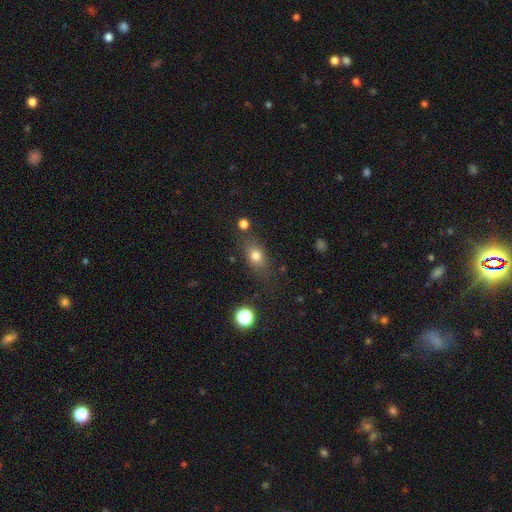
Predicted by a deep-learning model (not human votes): This is likely a smooth galaxy (75%). How rounded: likely in between (61%). Merging: likely none (72%).